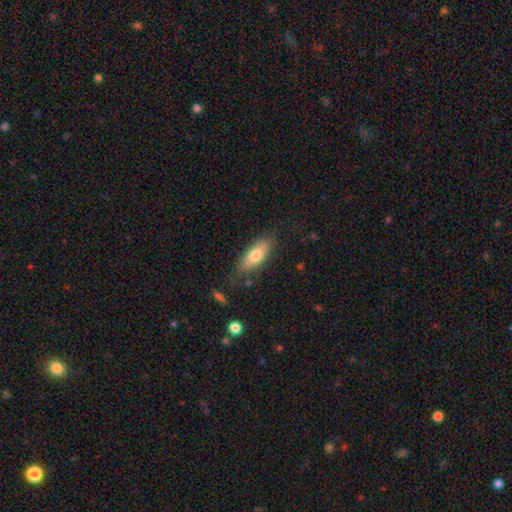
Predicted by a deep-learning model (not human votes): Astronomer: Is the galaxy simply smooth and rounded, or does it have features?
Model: smooth — 72%.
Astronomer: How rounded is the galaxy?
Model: in between — 70%.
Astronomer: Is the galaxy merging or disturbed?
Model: none — 76%.